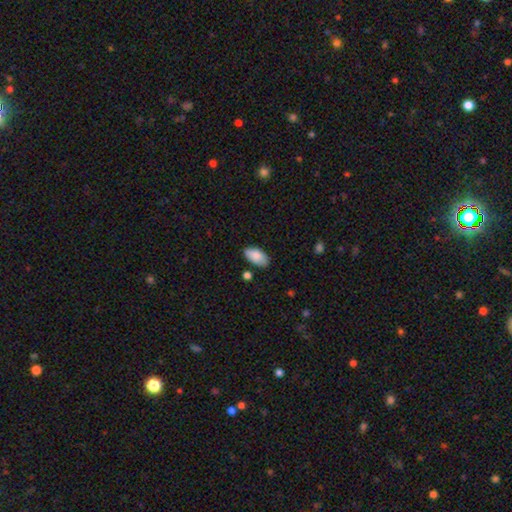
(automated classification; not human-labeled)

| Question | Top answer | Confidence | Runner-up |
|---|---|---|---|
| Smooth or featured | smooth | 85% | featured or disk (9%) |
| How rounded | in between | 95% | cigar-shaped (3%) |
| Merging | none | 79% | minor disturbance (15%) |